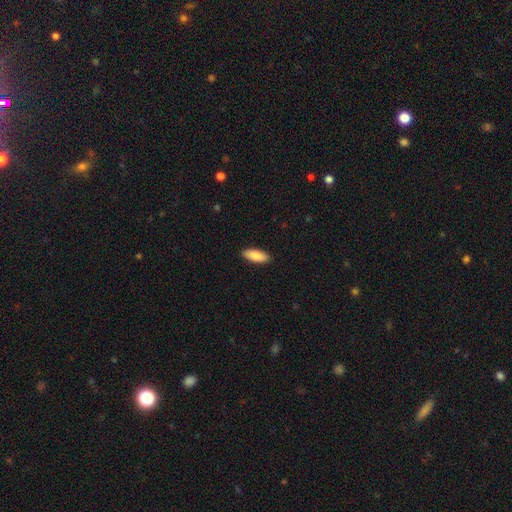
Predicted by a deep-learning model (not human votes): smooth-or-featured: smooth: 86% | featured or disk: 8% | star or artifact: 6%
  how-rounded: in between: 78% | cigar-shaped: 21% | round: 2%
  merging: none: 90% | minor disturbance: 7% | major disturbance: 2% | merger: 1%